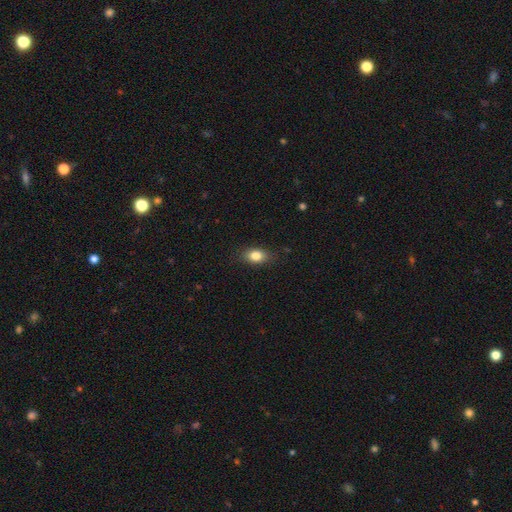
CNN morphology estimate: Overall: smooth (83%). How rounded: in between (82%). Merging: none (84%).